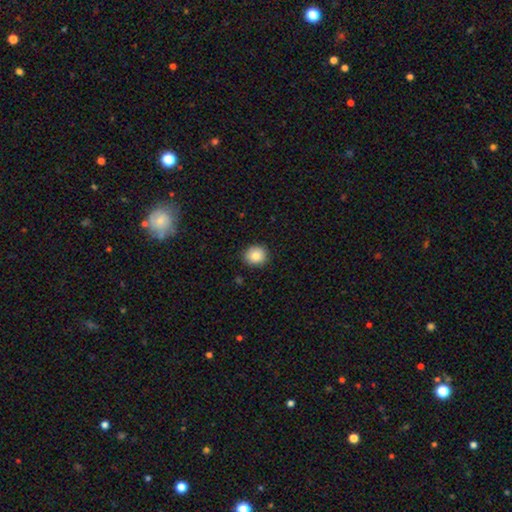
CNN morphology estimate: Smooth or featured?
  - smooth: 85% *
  - star or artifact: 9%
  - featured or disk: 6%
How rounded?
  - round: 84% *
  - in between: 16%
  - cigar-shaped: 1%
Merging?
  - none: 88% *
  - minor disturbance: 9%
  - major disturbance: 2%
  - merger: 1%